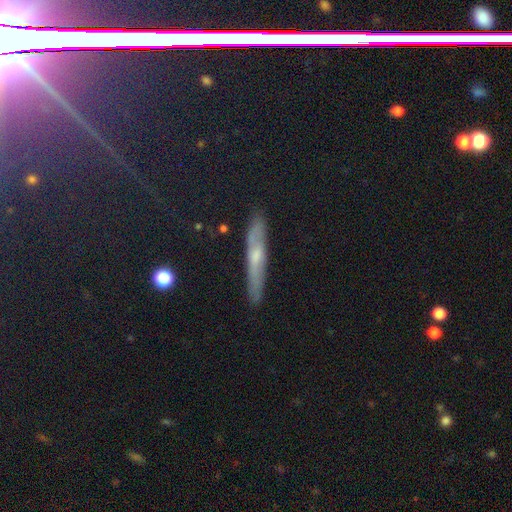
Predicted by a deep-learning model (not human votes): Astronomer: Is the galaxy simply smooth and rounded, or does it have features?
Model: featured or disk — 48% (runner-up: smooth, 38%).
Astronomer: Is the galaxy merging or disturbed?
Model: none — 84%.